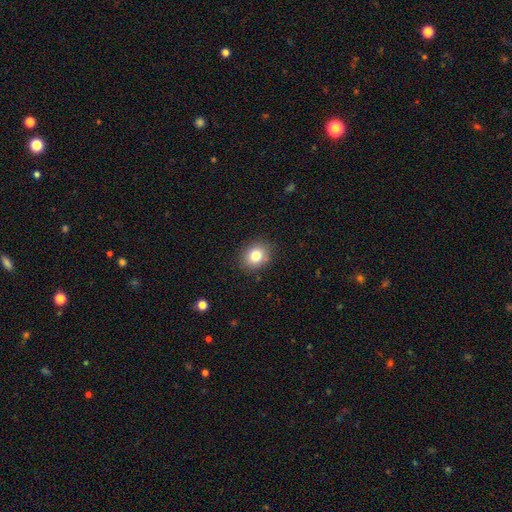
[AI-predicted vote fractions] Overall: smooth (81%). How rounded: round (62%; in between 37%). Merging: none (88%).